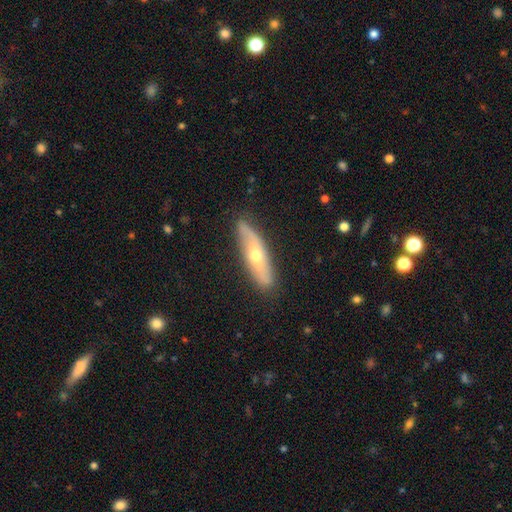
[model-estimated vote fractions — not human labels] Smooth or featured? featured or disk (52%)
Edge-on disk? yes (50%, tied with no)
Merging? none (79%)